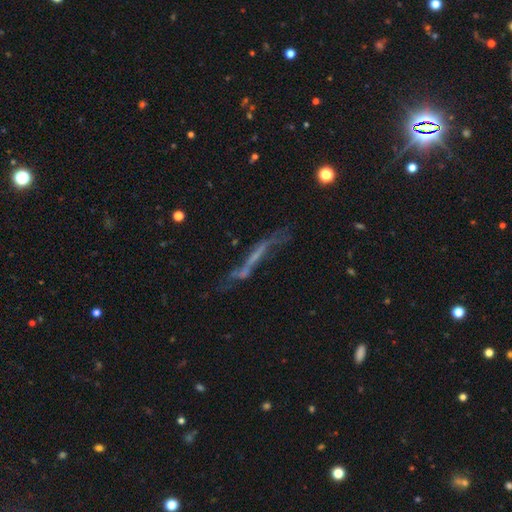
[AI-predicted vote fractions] Overall: featured or disk (60%; smooth 26%). Edge-on disk: yes (54%; no 46%). Merging: none (43%; major disturbance 27%).